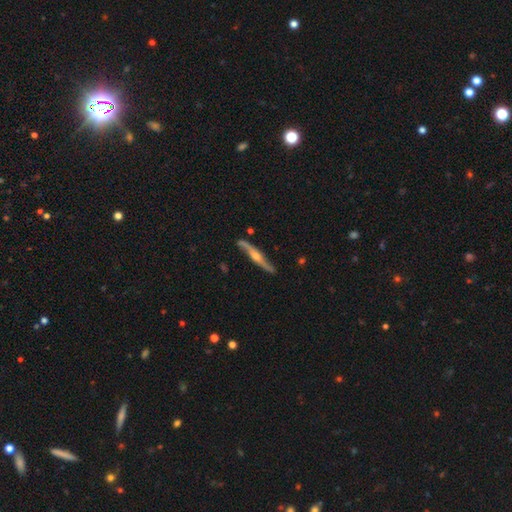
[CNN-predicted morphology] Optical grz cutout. It shows a featured or disk galaxy (81%) viewed edge-on (79%) with a rounded central bulge (87%). Merging: none (81%).